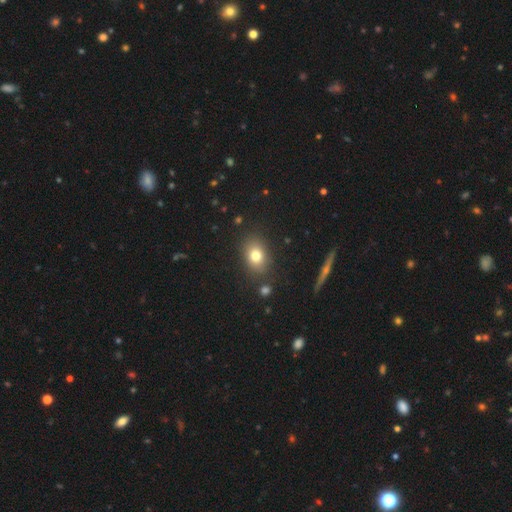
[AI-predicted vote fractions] smooth 77%, star or artifact 12%, featured or disk 11%. Down the decision tree: how rounded — in between (66%); merging — none (83%).